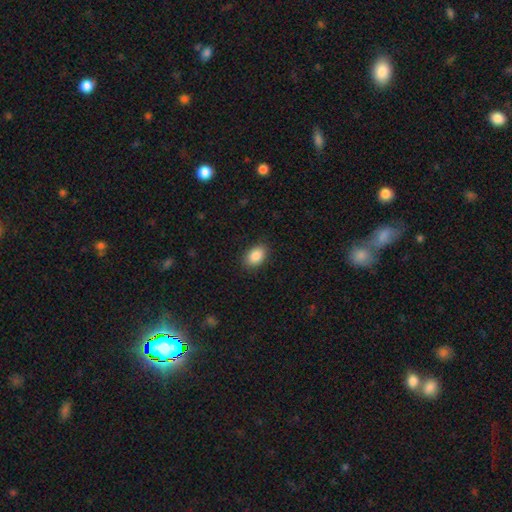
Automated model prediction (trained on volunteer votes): A smooth galaxy with no disk features (88%) that is in between round and cigar-shaped (88%). Merging: none (88%).